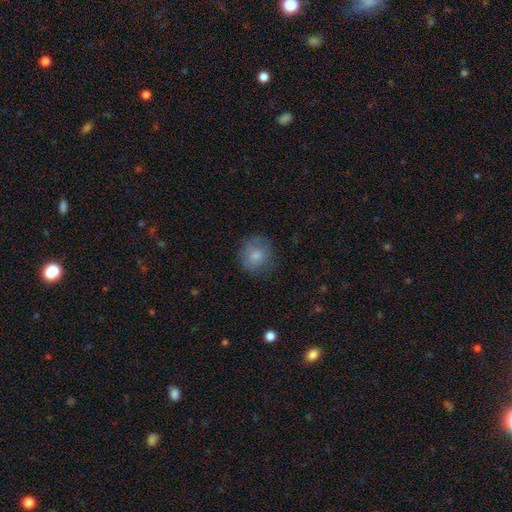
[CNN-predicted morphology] This appears to be a smooth galaxy with no disk features (80%) that is round (84%). Merging: none (73%).